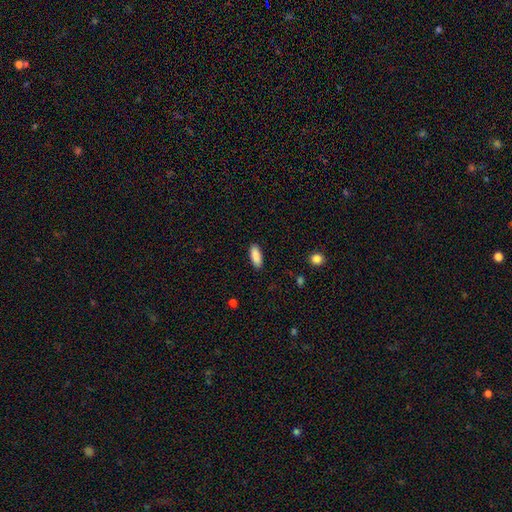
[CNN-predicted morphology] Overall: smooth (89%). How rounded: in between (75%). Merging: none (89%).